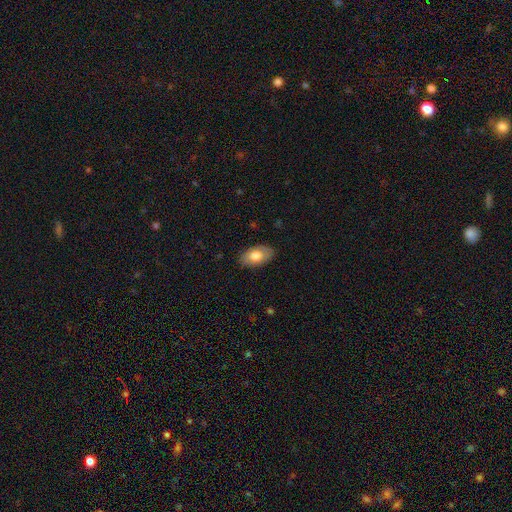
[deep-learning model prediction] Smooth or featured: smooth — 73% (featured or disk — 21%)
How rounded: in between — 94% (round — 5%)
Merging: none — 84% (minor disturbance — 12%)